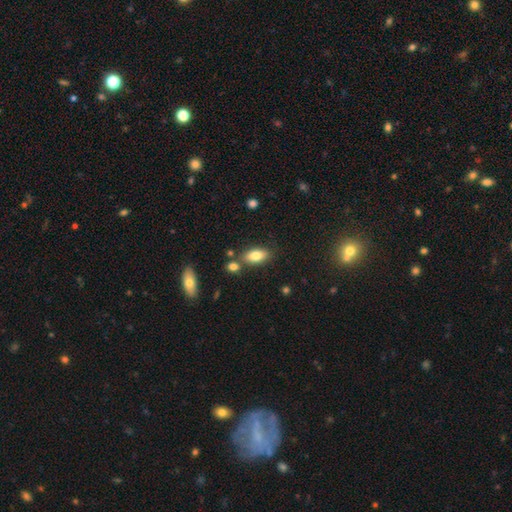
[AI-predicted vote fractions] smooth-or-featured: smooth: 82% | featured or disk: 11% | star or artifact: 7%
  how-rounded: in between: 89% | cigar-shaped: 6% | round: 4%
  merging: none: 73% | minor disturbance: 12% | merger: 12% | major disturbance: 3%